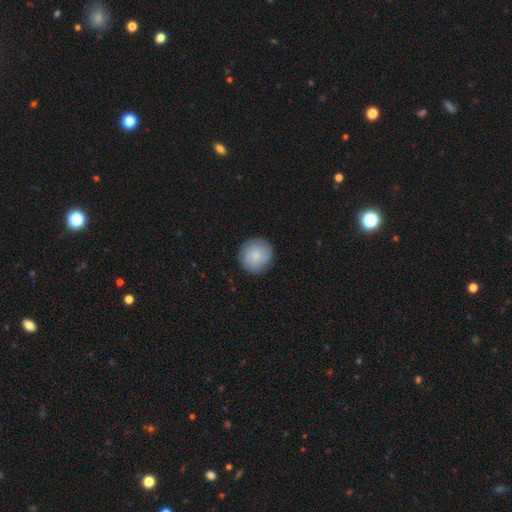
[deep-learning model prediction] smooth 82%, featured or disk 12%, star or artifact 6%. Down the decision tree: how rounded — round (93%); merging — none (88%).